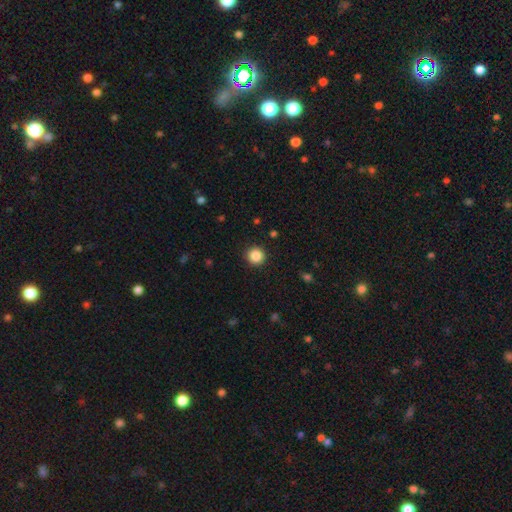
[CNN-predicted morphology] The model was most divided on "smooth or featured": smooth: 87%, star or artifact: 10%, featured or disk: 3%. More confident: how rounded — round (96%); merging — none (92%).